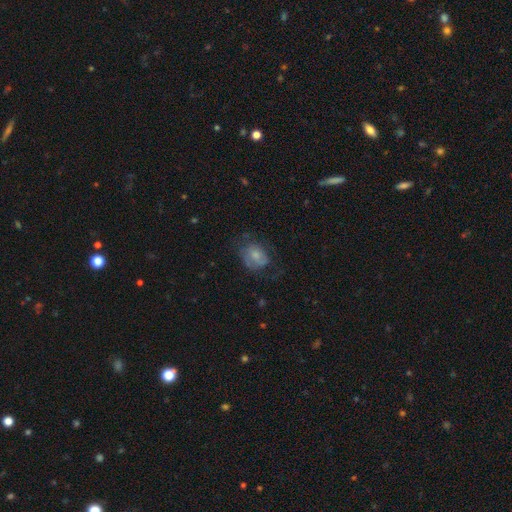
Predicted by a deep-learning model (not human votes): smooth-or-featured: smooth: 54% | featured or disk: 37% | star or artifact: 9%
  how-rounded: in between: 62% | round: 37% | cigar-shaped: 1%
  merging: none: 45% | minor disturbance: 28% | major disturbance: 25% | merger: 2%